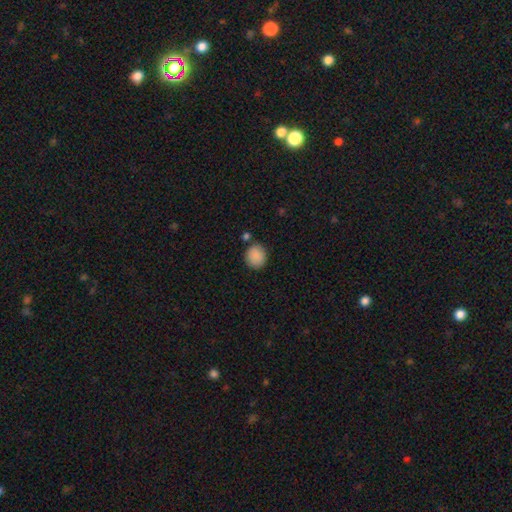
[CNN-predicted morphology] A smooth galaxy with no disk features (89%) that is round (78%).

Vote fractions:
- Smooth or featured? smooth: 89% / star or artifact: 8% / featured or disk: 3%
- How rounded? round: 78% / in between: 21% / cigar-shaped: 1%
- Merging? none: 79% / minor disturbance: 12% / merger: 6% / major disturbance: 3%